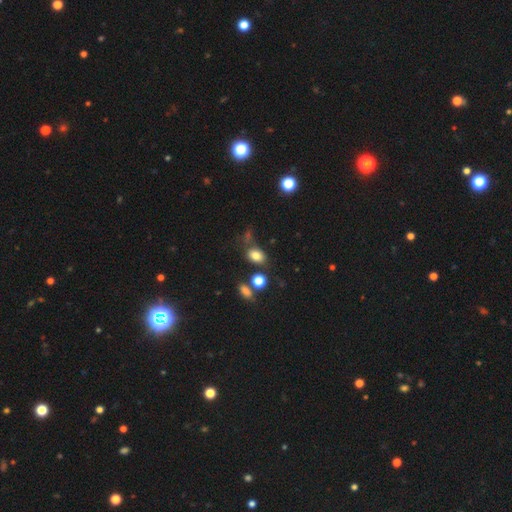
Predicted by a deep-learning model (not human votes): Smooth or featured? smooth (79%)
How rounded? in between (70%)
Merging? none (66%)